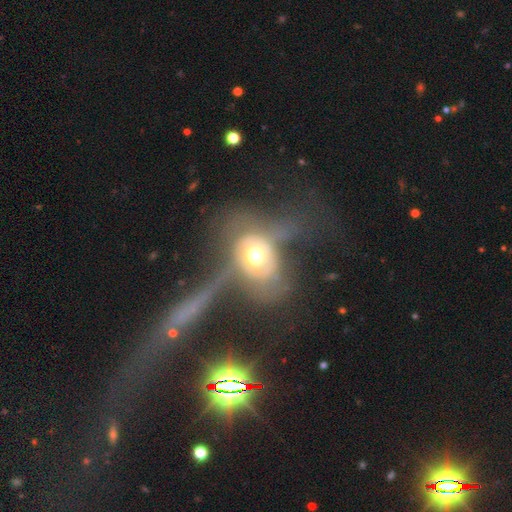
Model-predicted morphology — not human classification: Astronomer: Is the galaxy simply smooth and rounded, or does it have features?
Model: featured or disk — 60%.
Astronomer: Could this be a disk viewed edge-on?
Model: no — 90%.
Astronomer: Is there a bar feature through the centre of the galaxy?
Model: no — 87%.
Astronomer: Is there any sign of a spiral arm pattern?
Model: no — 66%.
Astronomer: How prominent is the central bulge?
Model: moderate — 72%.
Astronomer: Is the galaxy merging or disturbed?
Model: major disturbance — 44% (runner-up: none, 22%).